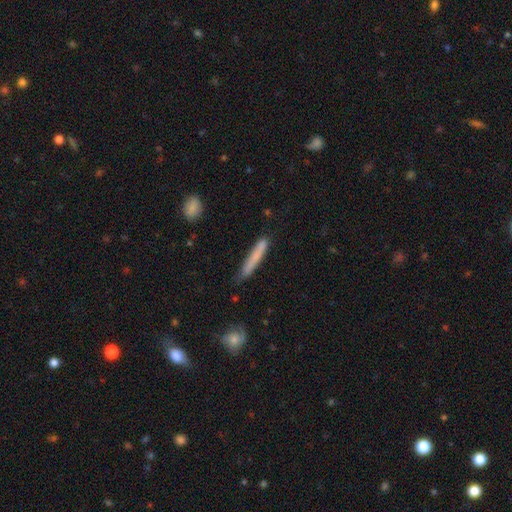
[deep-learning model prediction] smooth-or-featured: smooth: 71% | featured or disk: 22% | star or artifact: 7%
  how-rounded: cigar-shaped: 96% | in between: 3% | round: 1%
  merging: none: 75% | minor disturbance: 19% | major disturbance: 4% | merger: 3%